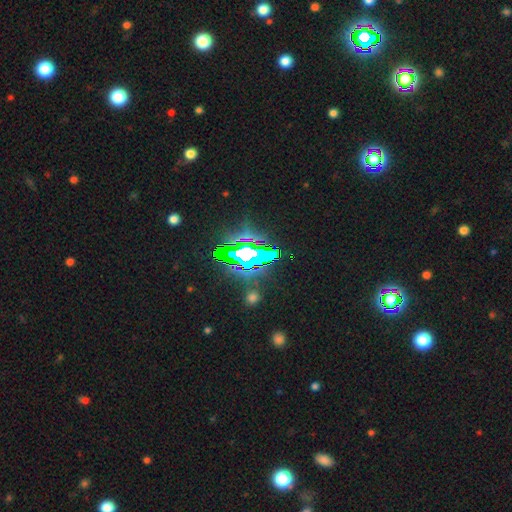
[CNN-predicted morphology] This appears to be a star or artifact, not a galaxy (71%).